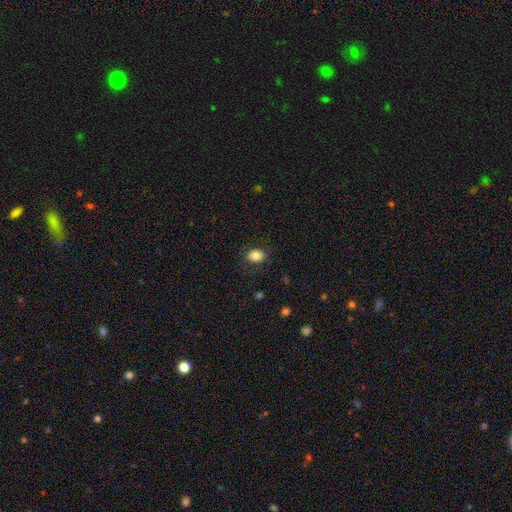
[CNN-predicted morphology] This is clearly a smooth galaxy (82%). How rounded: likely in between (74%). Merging: clearly none (82%).